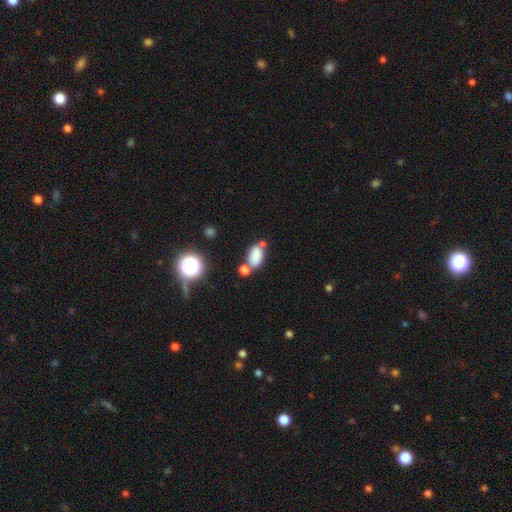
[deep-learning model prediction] smooth_or_featured: smooth (p=0.80) [alt: star or artifact p=0.11]
how_rounded: in between (p=0.89) [alt: round p=0.09]
merging: none (p=0.48) [alt: merger p=0.30]